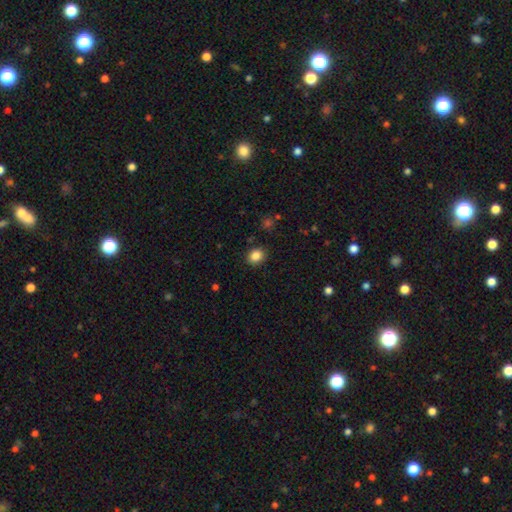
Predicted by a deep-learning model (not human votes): Smooth or featured: smooth — 85% (star or artifact — 10%)
How rounded: round — 66% (in between — 33%)
Merging: none — 89% (minor disturbance — 8%)